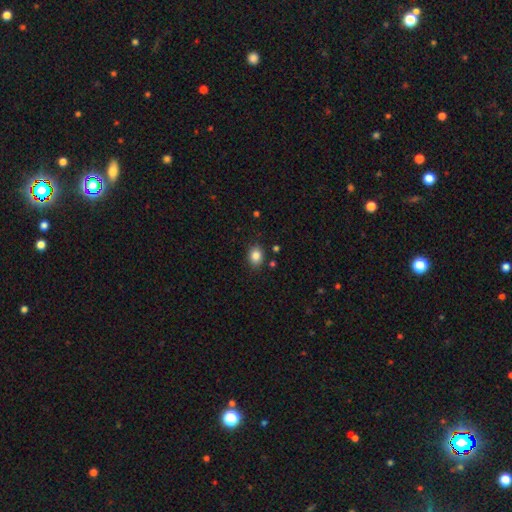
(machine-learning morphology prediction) smooth_or_featured: smooth (p=0.85) [alt: star or artifact p=0.10]
how_rounded: in between (p=0.53) [alt: round p=0.46]
merging: none (p=0.85) [alt: minor disturbance p=0.10]